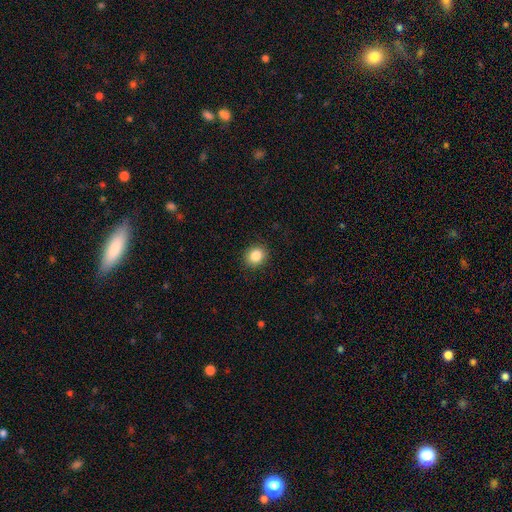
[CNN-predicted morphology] This appears to be a smooth galaxy with no disk features (86%) that is round (75%). Merging: none (90%).